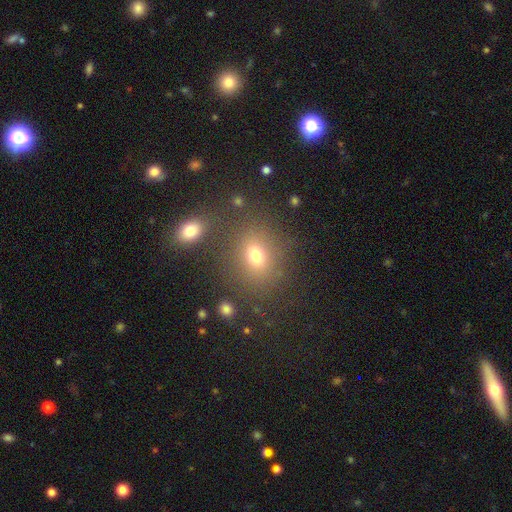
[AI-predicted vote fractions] Smooth or featured? Predicted: smooth (p=0.72). How rounded? Predicted: round (p=0.57). Merging? Predicted: none (p=0.77).